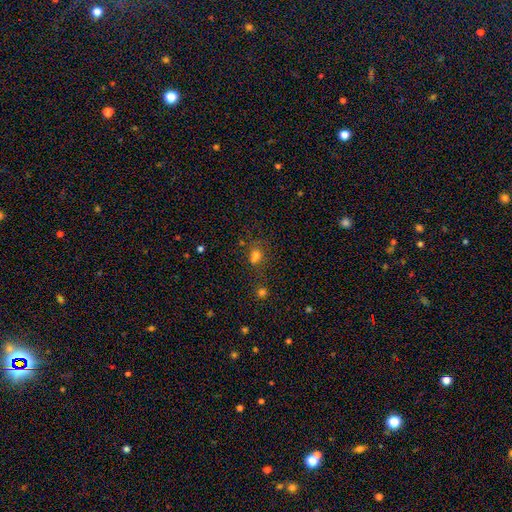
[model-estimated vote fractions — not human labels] Q: Smooth or featured?
A: smooth (66%); runner-up: star or artifact (23%)
Q: How rounded?
A: round (65%); runner-up: in between (34%)
Q: Merging?
A: none (46%); runner-up: merger (33%)